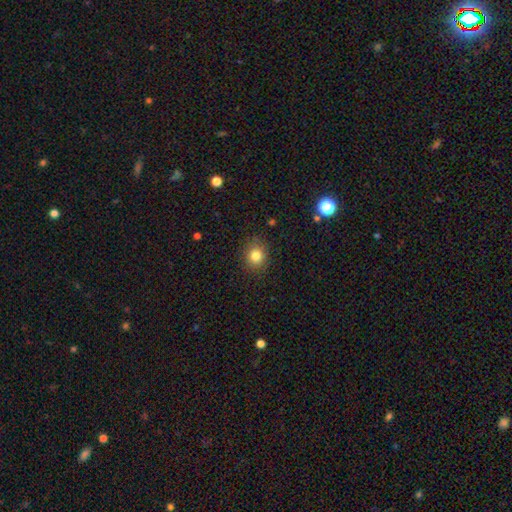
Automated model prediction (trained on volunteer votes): smooth-or-featured: smooth: 82% | star or artifact: 12% | featured or disk: 6%
  how-rounded: round: 77% | in between: 22% | cigar-shaped: 1%
  merging: none: 88% | minor disturbance: 9% | major disturbance: 3% | merger: 1%